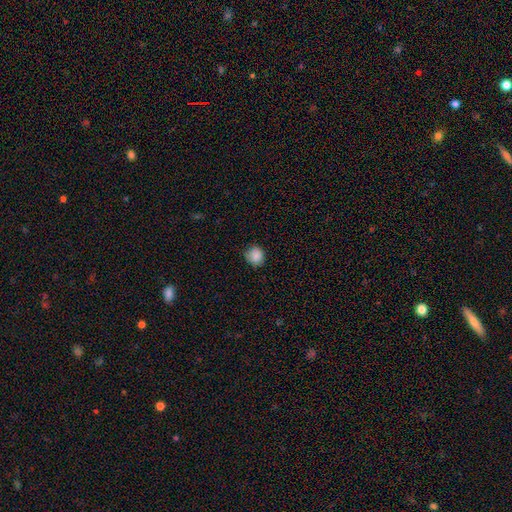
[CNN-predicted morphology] Q: Smooth or featured?
A: smooth (87%); runner-up: star or artifact (9%)
Q: How rounded?
A: round (87%); runner-up: in between (12%)
Q: Merging?
A: none (80%); runner-up: minor disturbance (16%)